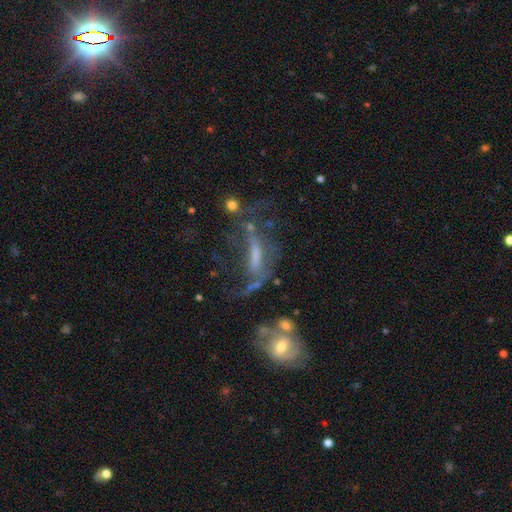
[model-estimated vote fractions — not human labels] Overall: featured or disk (63%). Edge-on disk: no (76%). Merging: major disturbance (35%; none 31%).